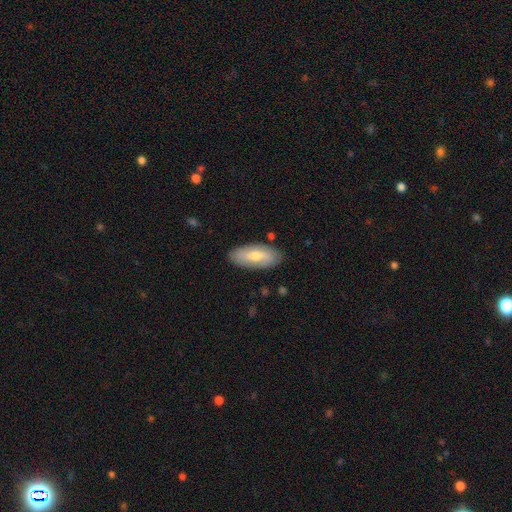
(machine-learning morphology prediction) Smooth or featured: smooth — 56% (featured or disk — 38%)
How rounded: in between — 85% (cigar-shaped — 13%)
Merging: none — 86% (minor disturbance — 11%)